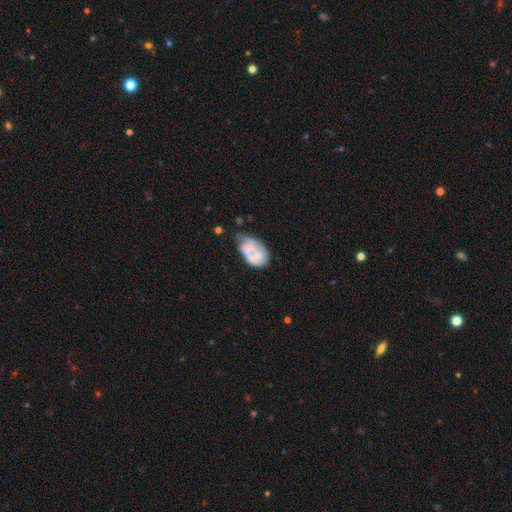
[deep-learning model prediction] The model was most divided on "smooth or featured": smooth: 47%, featured or disk: 45%, star or artifact: 7%. Remaining: merging — minor disturbance (32%).